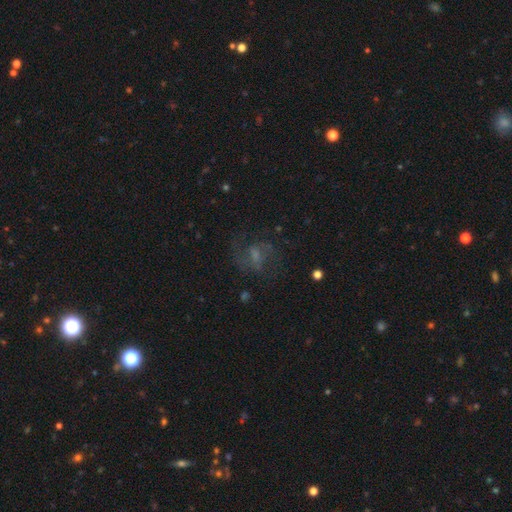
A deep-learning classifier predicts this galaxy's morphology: Q: Smooth or featured?
A: featured or disk (54%); runner-up: smooth (29%)
Q: Edge-on disk?
A: no (96%); runner-up: yes (4%)
Q: Bar?
A: weak (47%); runner-up: no (32%)
Q: Spiral arms?
A: yes (71%); runner-up: no (29%)
Q: Bulge size?
A: small (34%); runner-up: none (30%)
Q: Merging?
A: none (57%); runner-up: major disturbance (23%)